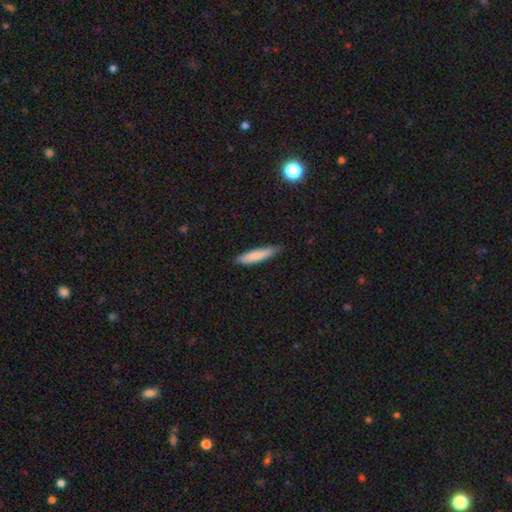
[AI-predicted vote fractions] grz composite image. It shows a smooth galaxy with no disk features (81%) that is cigar-shaped (80%). Merging: none (76%).